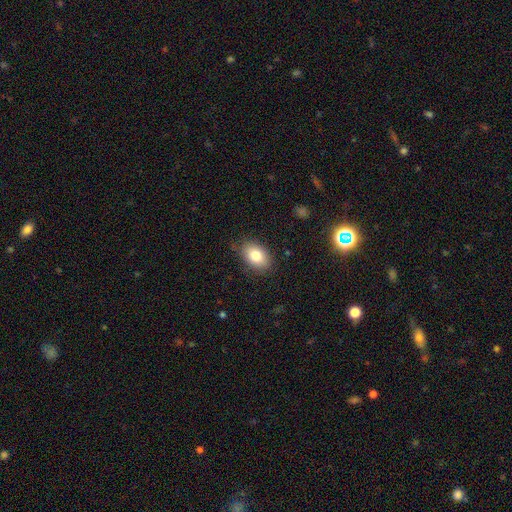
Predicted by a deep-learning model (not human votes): Smooth or featured?
  - smooth: 82% *
  - featured or disk: 10%
  - star or artifact: 8%
How rounded?
  - in between: 87% *
  - round: 12%
  - cigar-shaped: 1%
Merging?
  - none: 83% *
  - minor disturbance: 13%
  - major disturbance: 3%
  - merger: 1%